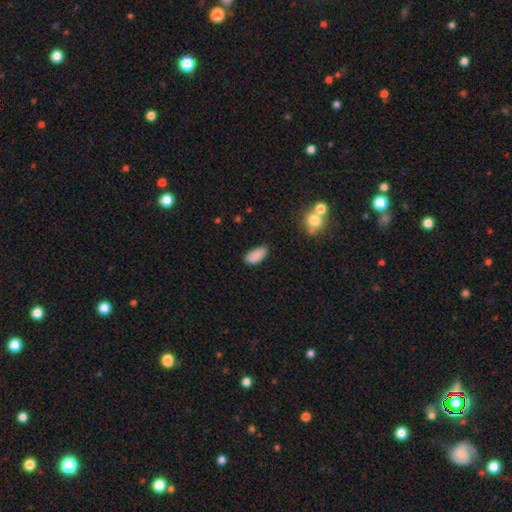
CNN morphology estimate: The model was most divided on "merging": none: 74%, minor disturbance: 20%, major disturbance: 4%, merger: 2%. More confident: how rounded — in between (88%); smooth or featured — smooth (87%).